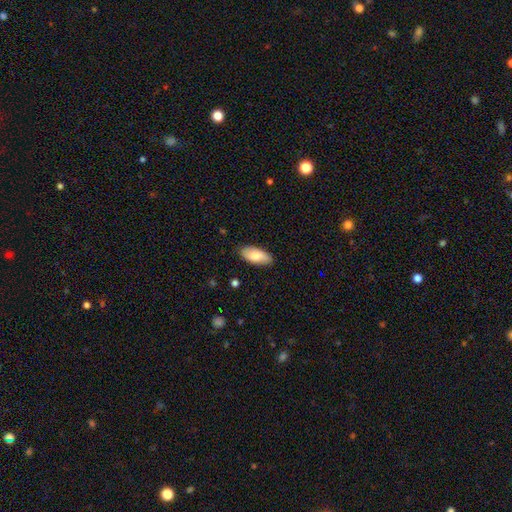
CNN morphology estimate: Smooth or featured: smooth — 77% (featured or disk — 17%)
How rounded: in between — 88% (cigar-shaped — 10%)
Merging: none — 85% (minor disturbance — 12%)